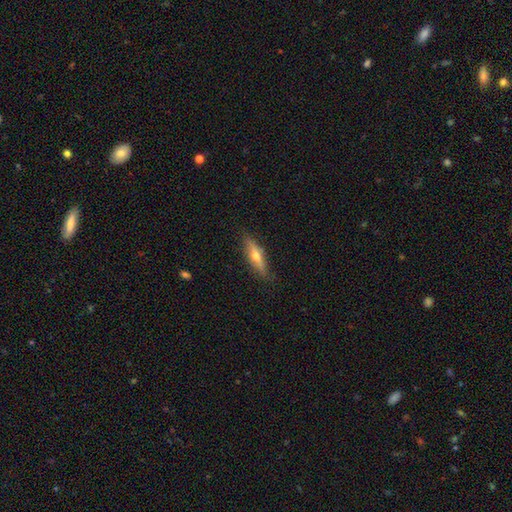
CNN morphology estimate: A featured or disk galaxy (57%) viewed edge-on (92%) with a rounded central bulge (91%). Merging: none (85%).